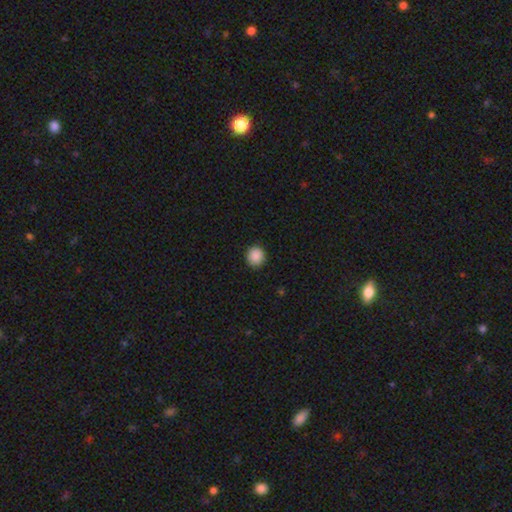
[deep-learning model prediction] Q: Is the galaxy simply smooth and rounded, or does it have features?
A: smooth — 89%.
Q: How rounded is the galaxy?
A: round — 89%.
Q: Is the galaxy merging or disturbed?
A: none — 91%.